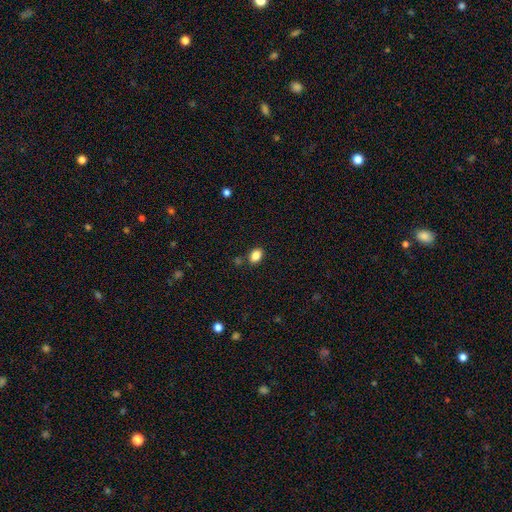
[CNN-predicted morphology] A smooth galaxy with no disk features (86%) that is in between round and cigar-shaped (80%). Merging: none (81%).